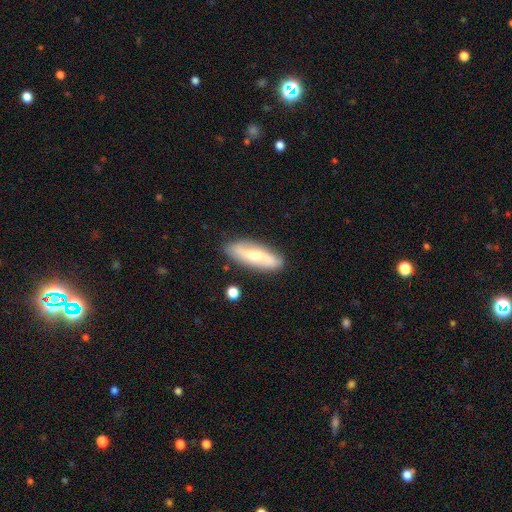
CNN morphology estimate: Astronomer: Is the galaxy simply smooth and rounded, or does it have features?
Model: featured or disk — 49% (runner-up: smooth, 45%).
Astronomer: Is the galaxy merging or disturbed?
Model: none — 83%.